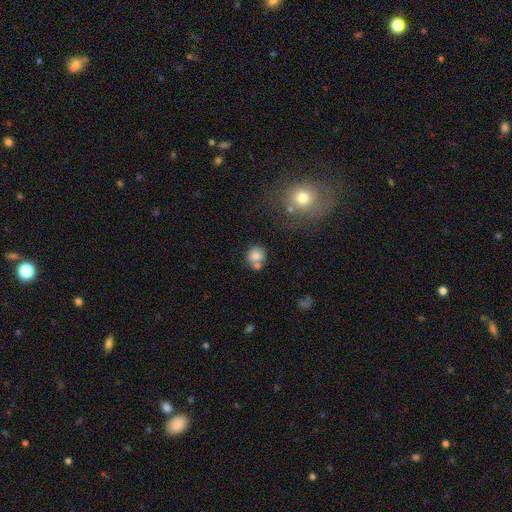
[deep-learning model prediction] Q: Smooth or featured?
A: smooth (78%); runner-up: star or artifact (11%)
Q: How rounded?
A: round (87%); runner-up: in between (12%)
Q: Merging?
A: none (60%); runner-up: merger (26%)